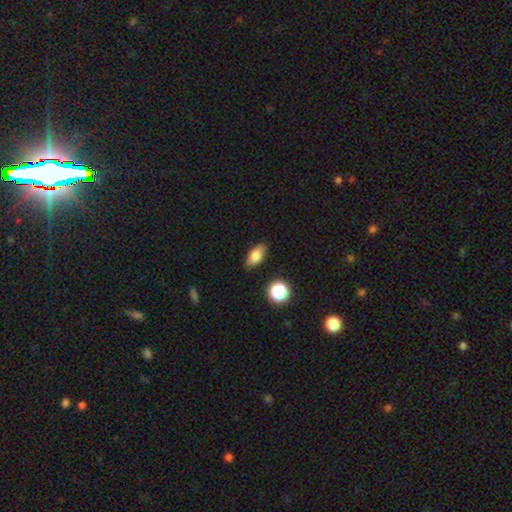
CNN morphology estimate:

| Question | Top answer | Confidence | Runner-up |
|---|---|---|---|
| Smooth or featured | smooth | 80% | featured or disk (10%) |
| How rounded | in between | 87% | cigar-shaped (7%) |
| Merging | none | 86% | minor disturbance (10%) |